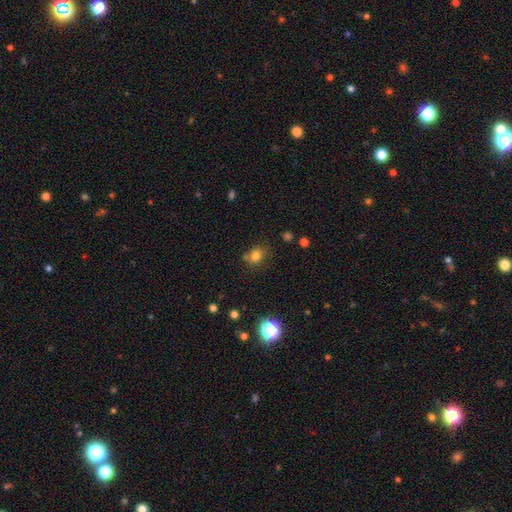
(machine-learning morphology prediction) This is likely a smooth galaxy (77%). How rounded: likely round (64%). Merging: likely none (66%).